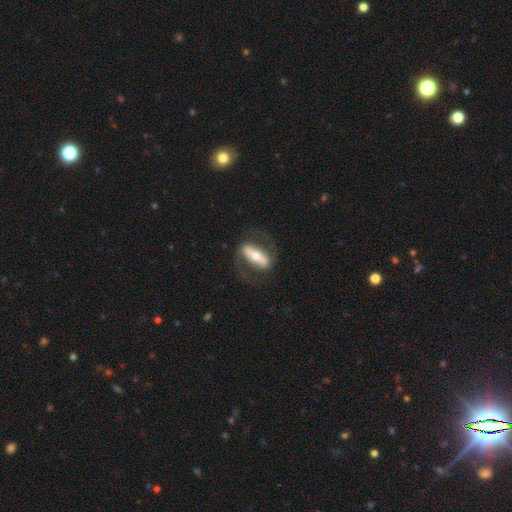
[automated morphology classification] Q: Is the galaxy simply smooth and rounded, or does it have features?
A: featured or disk — 71%.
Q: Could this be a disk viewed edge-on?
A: no — 78%.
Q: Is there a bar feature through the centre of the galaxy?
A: strong — 70%.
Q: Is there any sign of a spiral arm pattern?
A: yes — 64%.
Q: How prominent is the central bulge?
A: moderate — 59%.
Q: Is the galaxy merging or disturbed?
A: none — 69%.